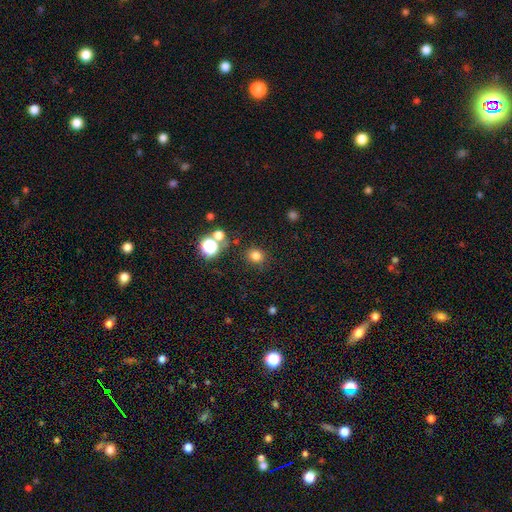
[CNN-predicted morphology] Smooth or featured?
  - smooth: 78% *
  - star or artifact: 17%
  - featured or disk: 5%
How rounded?
  - round: 82% *
  - in between: 17%
  - cigar-shaped: 1%
Merging?
  - none: 83% *
  - minor disturbance: 9%
  - merger: 4%
  - major disturbance: 4%